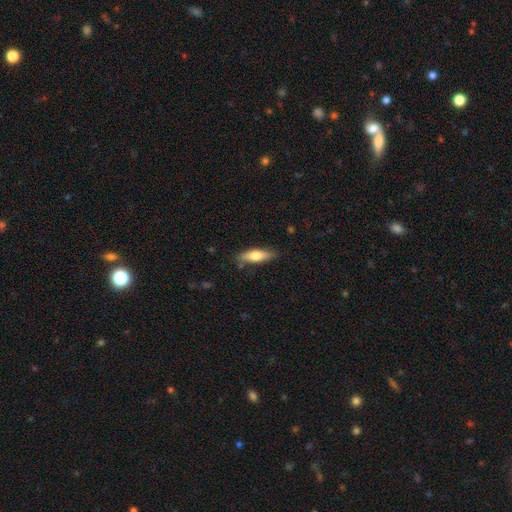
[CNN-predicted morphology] Smooth or featured? smooth (67%)
How rounded? cigar-shaped (57%)
Merging? none (82%)